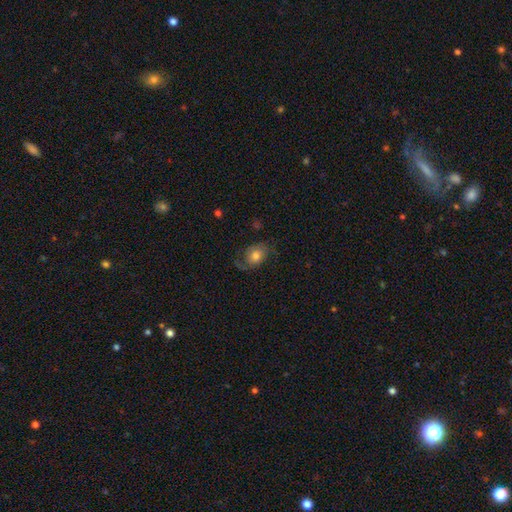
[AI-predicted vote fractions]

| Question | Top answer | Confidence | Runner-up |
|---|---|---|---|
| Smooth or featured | smooth | 50% | featured or disk (41%) |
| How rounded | in between | 58% | round (41%) |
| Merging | none | 56% | minor disturbance (23%) |